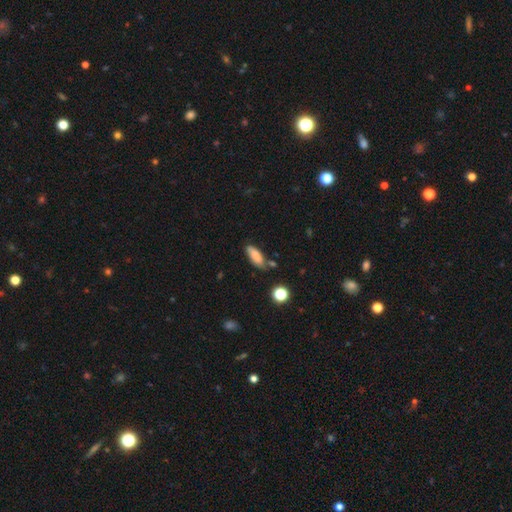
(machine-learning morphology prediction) smooth 82%, featured or disk 10%, star or artifact 8%. Down the decision tree: how rounded — in between (70%); merging — none (71%).